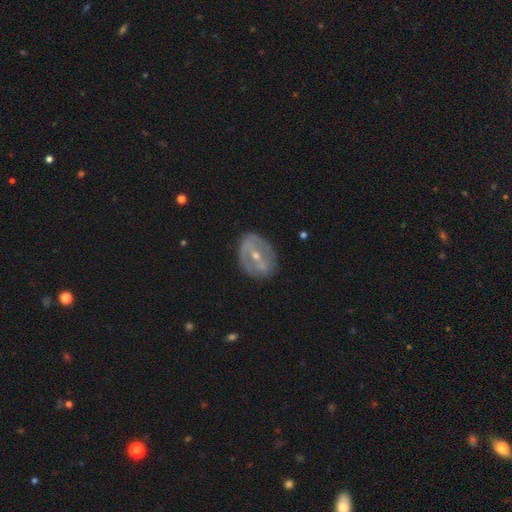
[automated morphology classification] The model was most divided on "bulge size": small: 50%, moderate: 47%, large: 1%, none: 1%, dominant: 1%. Remaining: edge-on disk — no (93%); merging — none (74%); smooth or featured — featured or disk (73%); spiral arms — no (57%); bar — strong (43%).